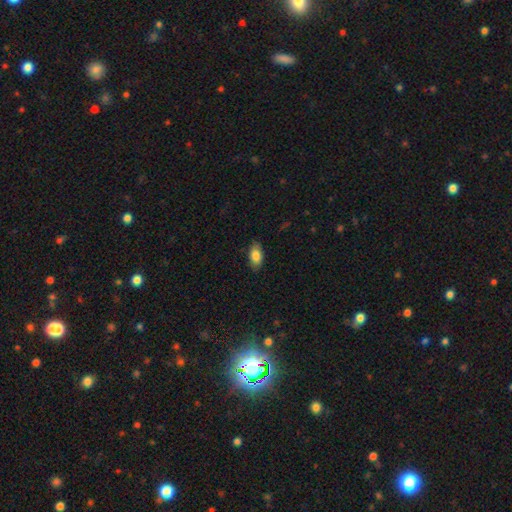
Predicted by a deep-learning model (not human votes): Overall: smooth (83%). How rounded: in between (91%). Merging: none (85%).